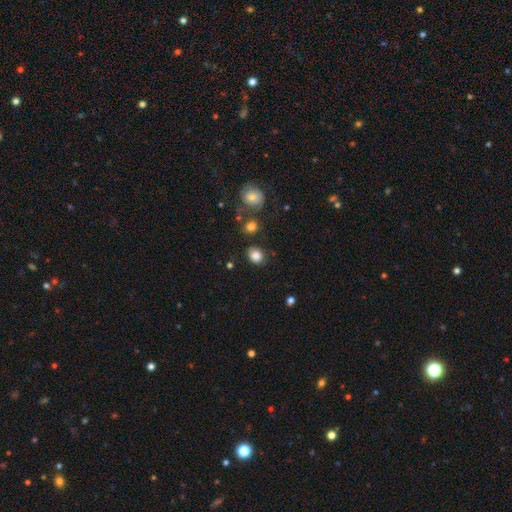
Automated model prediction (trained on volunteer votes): smooth 85%, star or artifact 10%, featured or disk 5%. Down the decision tree: how rounded — round (61%); merging — none (80%).